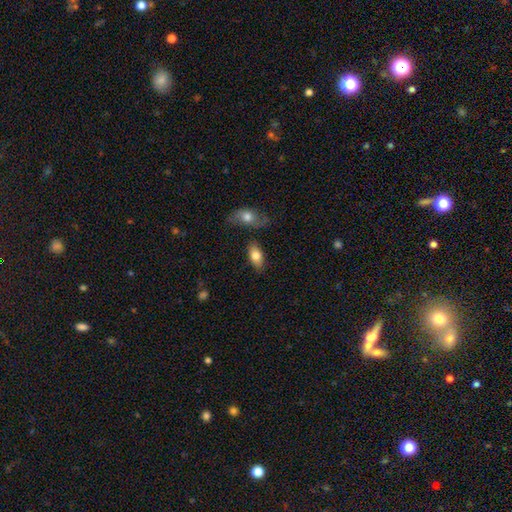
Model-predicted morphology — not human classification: A smooth galaxy with no disk features (78%) that is in between round and cigar-shaped (91%).

Vote fractions:
- Smooth or featured? smooth: 78% / featured or disk: 15% / star or artifact: 6%
- How rounded? in between: 91% / cigar-shaped: 4% / round: 4%
- Merging? none: 77% / minor disturbance: 13% / merger: 7% / major disturbance: 3%